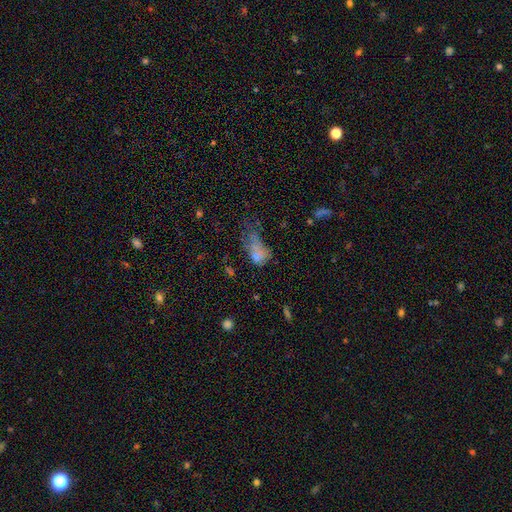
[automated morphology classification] smooth 44%, star or artifact 35%, featured or disk 21%. Down the decision tree: merging — major disturbance (40%).